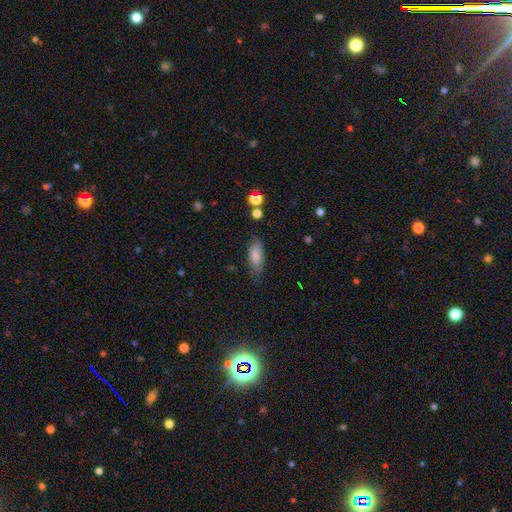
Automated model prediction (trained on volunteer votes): This appears to be a smooth galaxy with no disk features (82%) that is in between round and cigar-shaped (79%). Merging: none (71%).